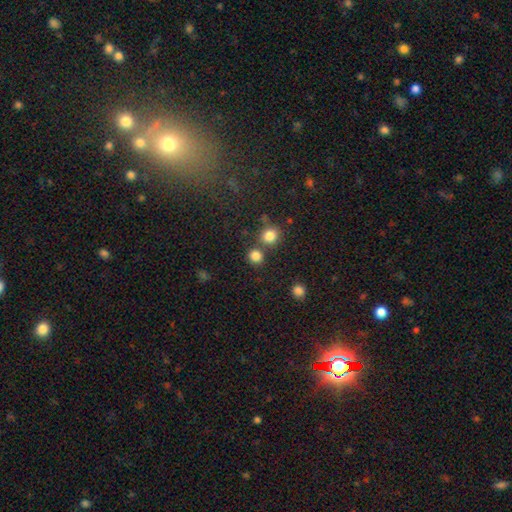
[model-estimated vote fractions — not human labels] Smooth or featured?
  - smooth: 82% *
  - star or artifact: 13%
  - featured or disk: 5%
How rounded?
  - round: 86% *
  - in between: 13%
  - cigar-shaped: 1%
Merging?
  - none: 70% *
  - merger: 20%
  - minor disturbance: 7%
  - major disturbance: 3%